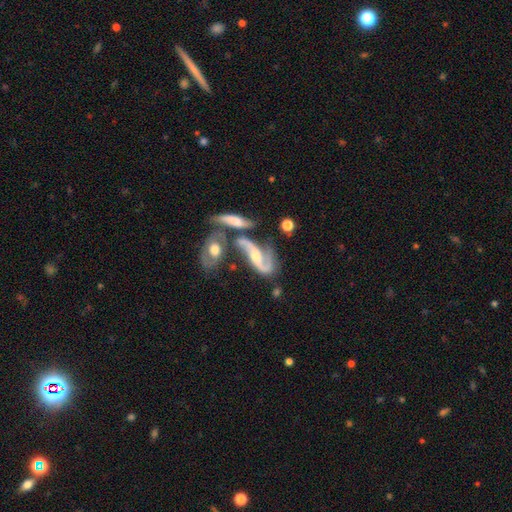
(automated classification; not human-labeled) This appears to be a featured or disk galaxy (86%) with a weak bar (39%), 2 (89%) loose (54%) spiral arms (95%) and a moderate central bulge (51%). Merging: merger (38%).